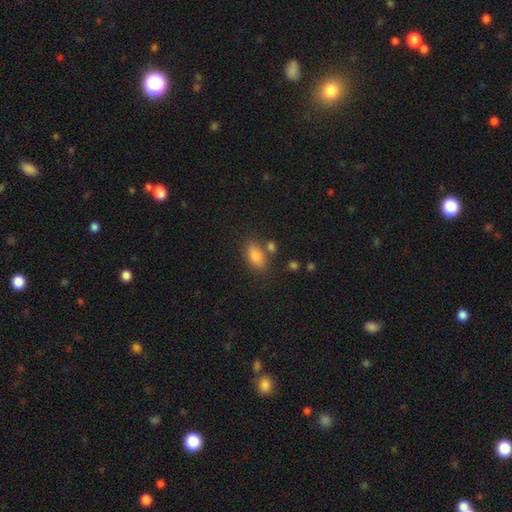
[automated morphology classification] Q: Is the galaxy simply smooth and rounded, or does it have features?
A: smooth — 81%.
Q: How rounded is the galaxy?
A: in between — 85%.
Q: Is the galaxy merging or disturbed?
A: none — 74%.